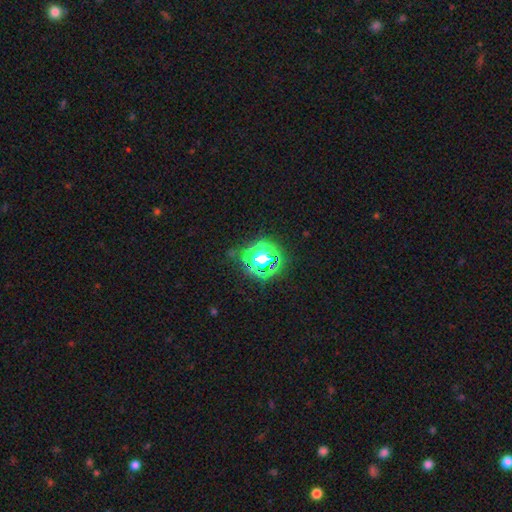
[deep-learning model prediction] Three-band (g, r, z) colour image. It shows a star or artifact, not a galaxy (76%).